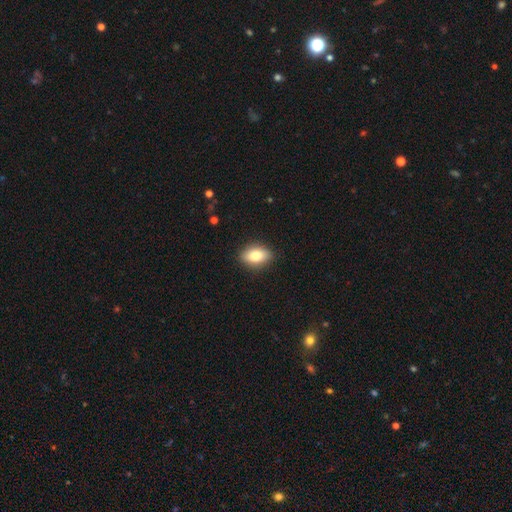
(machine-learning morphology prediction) smooth-or-featured: smooth: 80% | featured or disk: 12% | star or artifact: 8%
  how-rounded: in between: 84% | round: 13% | cigar-shaped: 3%
  merging: none: 88% | minor disturbance: 9% | major disturbance: 2% | merger: 1%